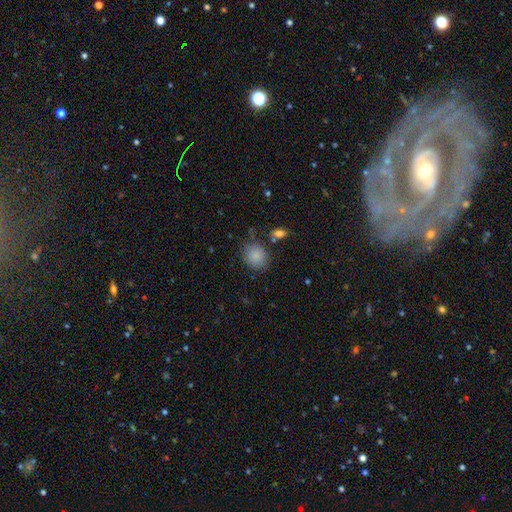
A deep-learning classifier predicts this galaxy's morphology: The model was most divided on "how rounded": round: 69%, in between: 30%, cigar-shaped: 1%. More confident: smooth or featured — smooth (86%); merging — none (77%).